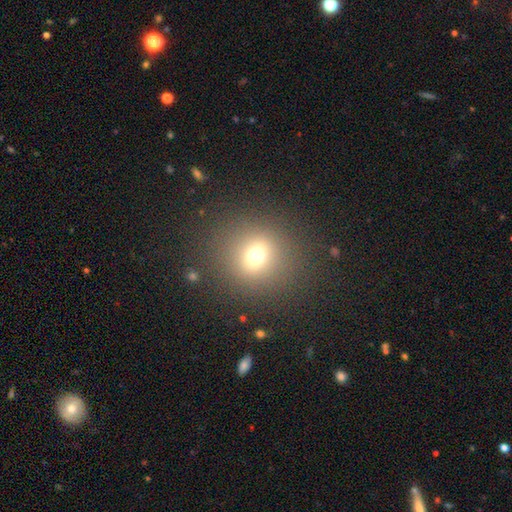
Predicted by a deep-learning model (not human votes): Morphology: type=smooth (69%); roundness=round (83%); merging=none (86%).